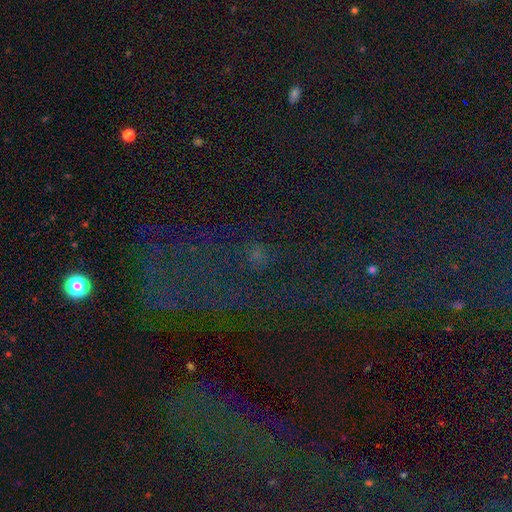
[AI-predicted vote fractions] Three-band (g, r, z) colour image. It shows a star or artifact, not a galaxy (71%).